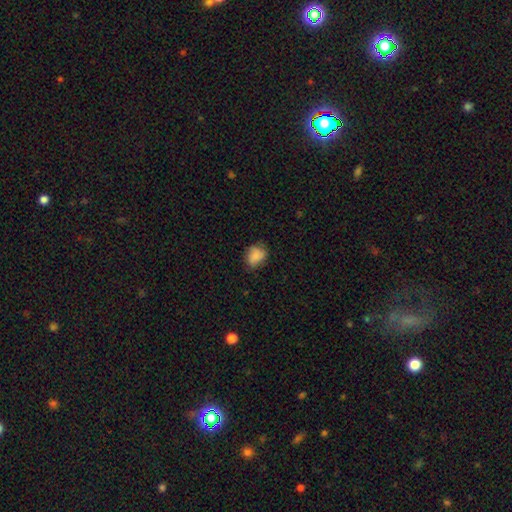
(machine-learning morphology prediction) Smooth or featured? smooth (83%)
How rounded? in between (55%)
Merging? none (65%)